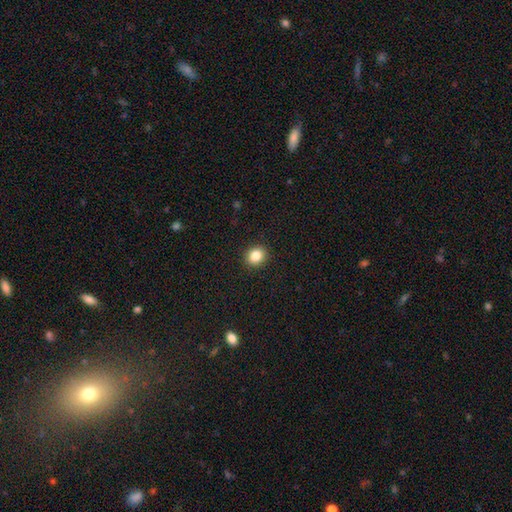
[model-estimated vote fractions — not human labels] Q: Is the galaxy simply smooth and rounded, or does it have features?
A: smooth — 85%.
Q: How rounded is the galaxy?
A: round — 73%.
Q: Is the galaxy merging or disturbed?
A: none — 92%.